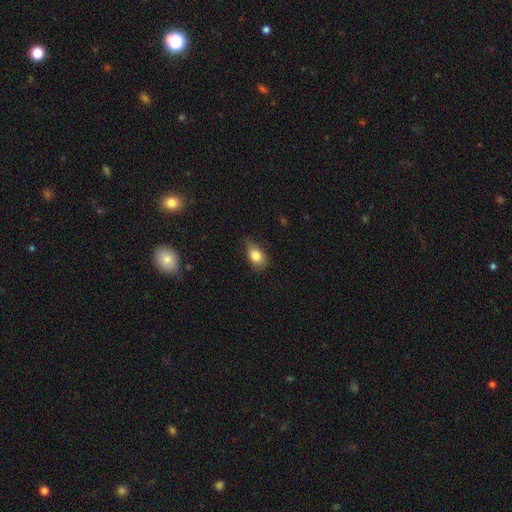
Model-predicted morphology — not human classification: Smooth or featured? smooth (82%)
How rounded? in between (83%)
Merging? none (56%)